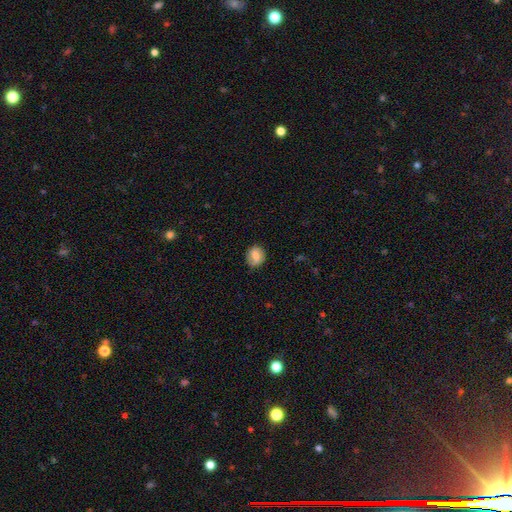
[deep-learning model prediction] Overall: smooth (66%). How rounded: round (66%; in between 32%). Merging: none (79%).